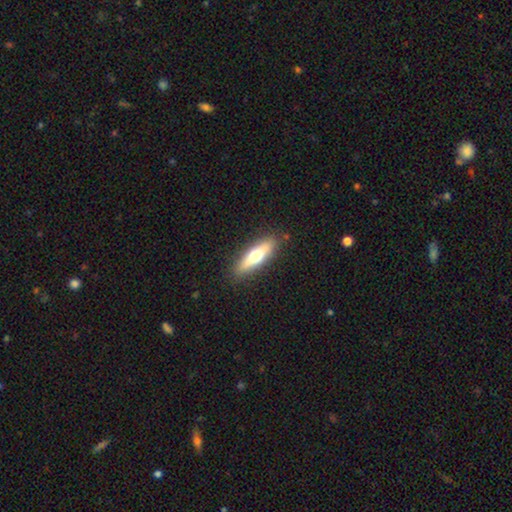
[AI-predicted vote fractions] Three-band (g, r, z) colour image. It shows a smooth galaxy with no disk features (51%) that is cigar-shaped (71%). Merging: none (88%).